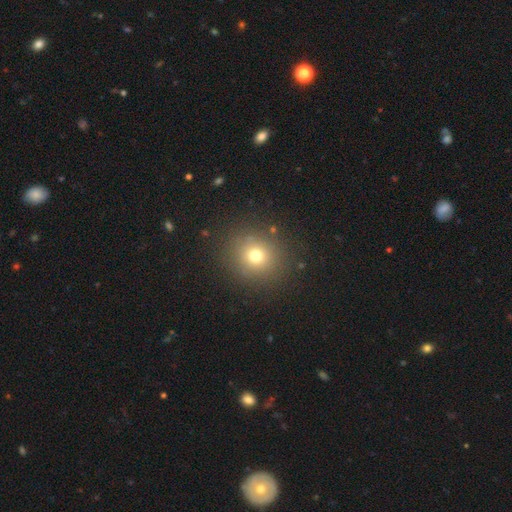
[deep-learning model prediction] This appears to be a smooth galaxy with no disk features (72%) that is round (89%). Merging: none (87%).